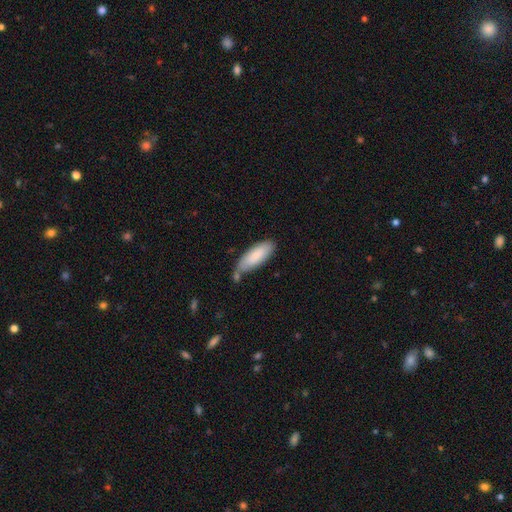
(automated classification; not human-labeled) Overall: smooth (82%). How rounded: in between (67%; cigar-shaped 32%). Merging: none (57%; minor disturbance 24%).